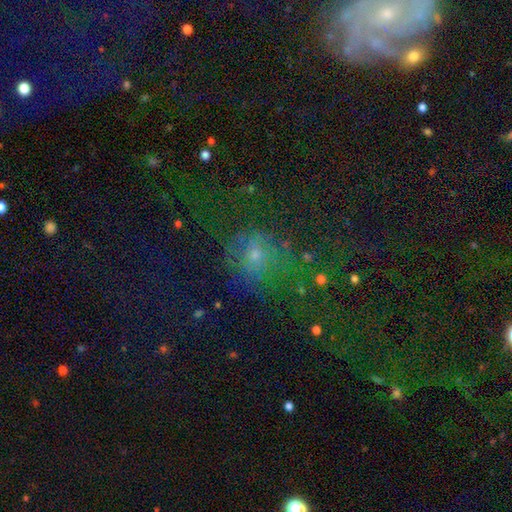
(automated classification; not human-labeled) Q: Smooth or featured?
A: smooth (49%); runner-up: star or artifact (28%)
Q: Merging?
A: none (64%); runner-up: minor disturbance (17%)